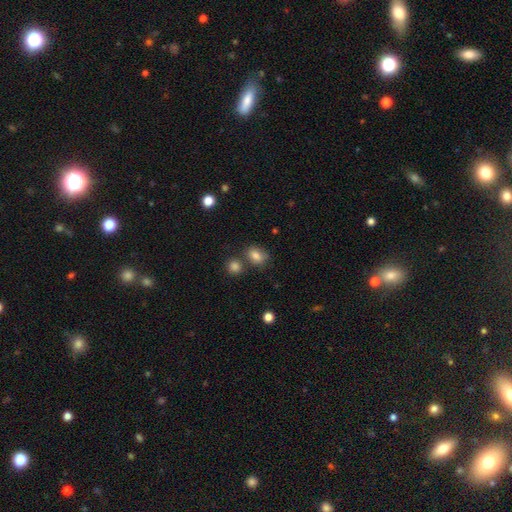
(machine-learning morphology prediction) smooth 81%, star or artifact 11%, featured or disk 8%. Down the decision tree: how rounded — in between (70%); merging — none (65%).